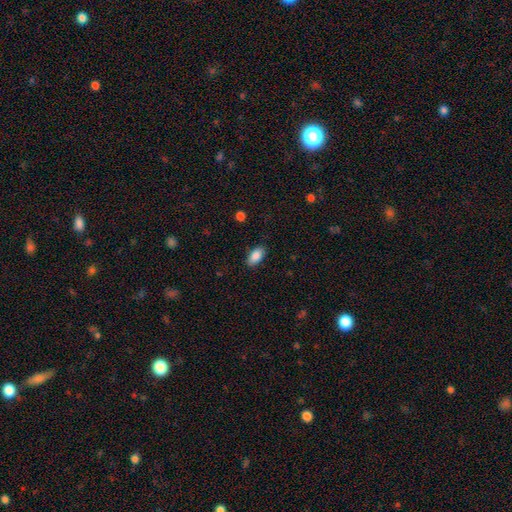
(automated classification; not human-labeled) A smooth galaxy with no disk features (88%) that is in between round and cigar-shaped (93%). Merging: none (87%).